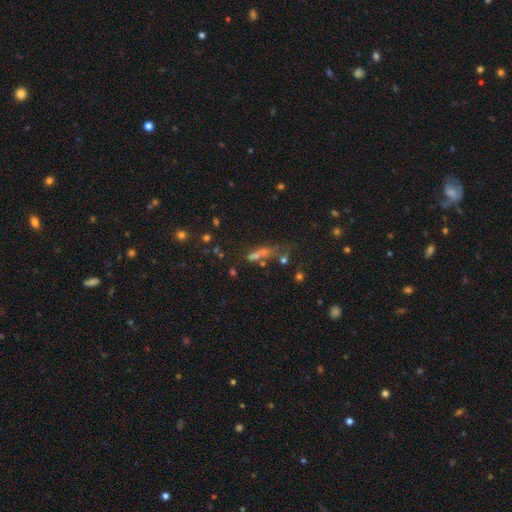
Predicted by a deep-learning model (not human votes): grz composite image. It shows a smooth galaxy with no disk features (42%). Merging: none (44%).